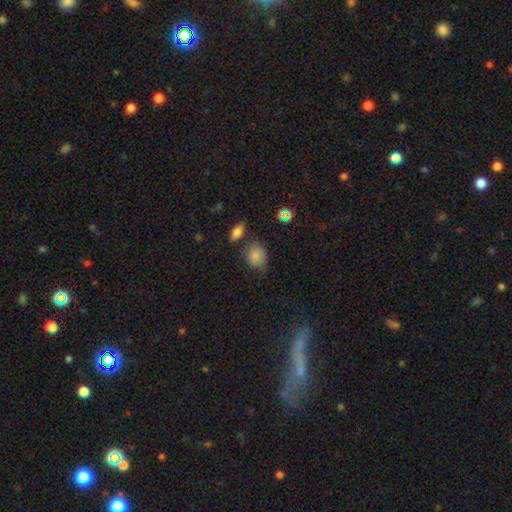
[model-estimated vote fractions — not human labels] This appears to be a smooth galaxy with no disk features (82%) that is round (59%). Merging: none (64%).